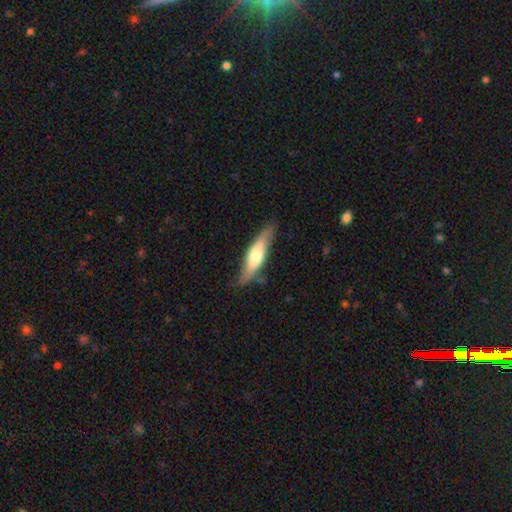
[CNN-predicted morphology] Smooth or featured? smooth (54%)
How rounded? cigar-shaped (67%)
Merging? none (75%)